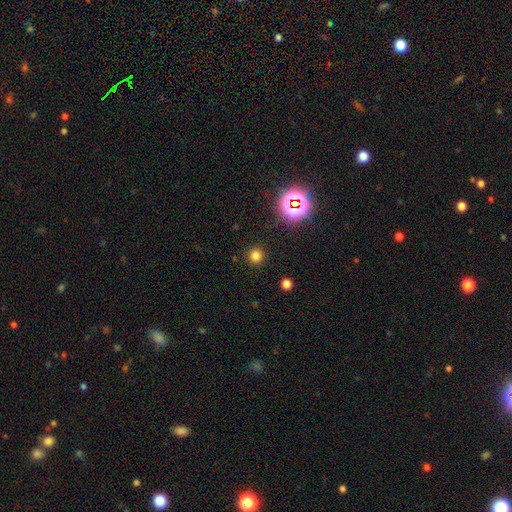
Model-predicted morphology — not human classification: Q: Smooth or featured?
A: smooth (75%); runner-up: star or artifact (20%)
Q: How rounded?
A: round (93%); runner-up: in between (6%)
Q: Merging?
A: none (90%); runner-up: minor disturbance (6%)